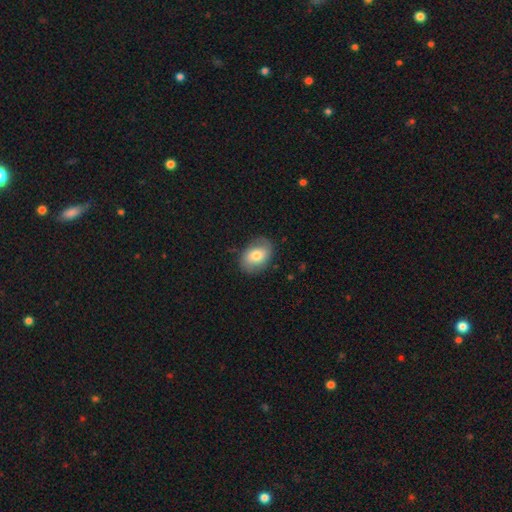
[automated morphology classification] This appears to be a smooth galaxy with no disk features (64%) that is in between round and cigar-shaped (77%). Merging: none (78%).